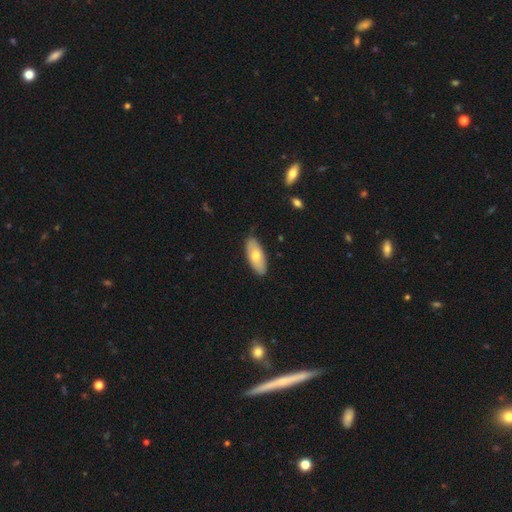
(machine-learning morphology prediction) This is likely a smooth galaxy (68%). How rounded: clearly in between (85%). Merging: clearly none (82%).